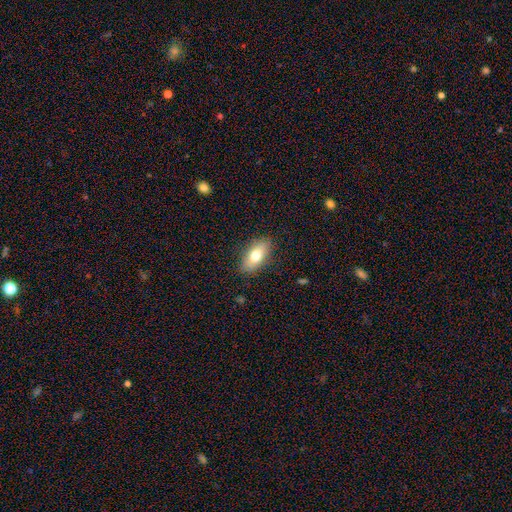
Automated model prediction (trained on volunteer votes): Morphology: type=smooth (73%); roundness=in between (85%); merging=none (86%).